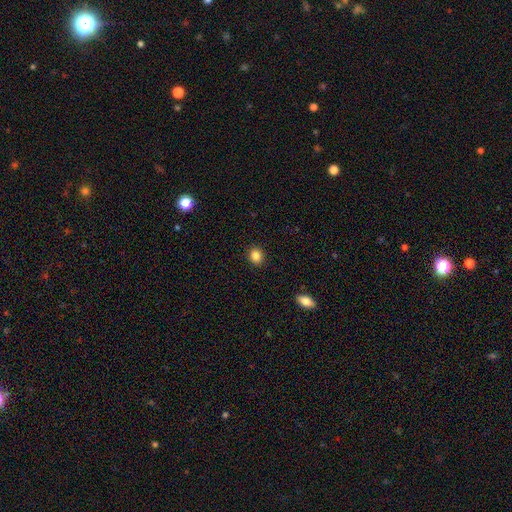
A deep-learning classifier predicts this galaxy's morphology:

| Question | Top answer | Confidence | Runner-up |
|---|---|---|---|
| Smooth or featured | smooth | 85% | star or artifact (10%) |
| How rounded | round | 73% | in between (26%) |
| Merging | none | 91% | minor disturbance (6%) |